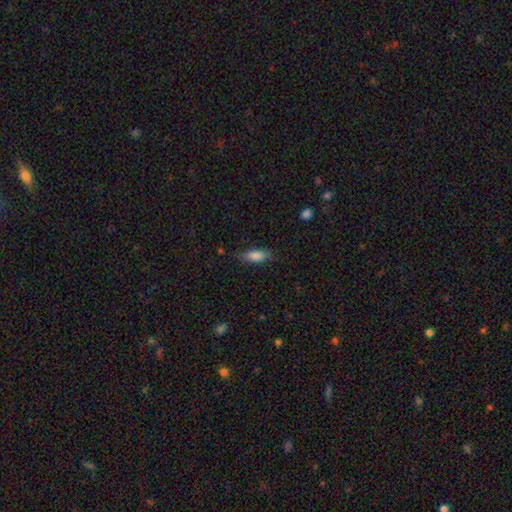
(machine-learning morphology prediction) The model was most divided on "how rounded": in between: 70%, cigar-shaped: 28%, round: 2%. More confident: smooth or featured — smooth (82%); merging — none (78%).